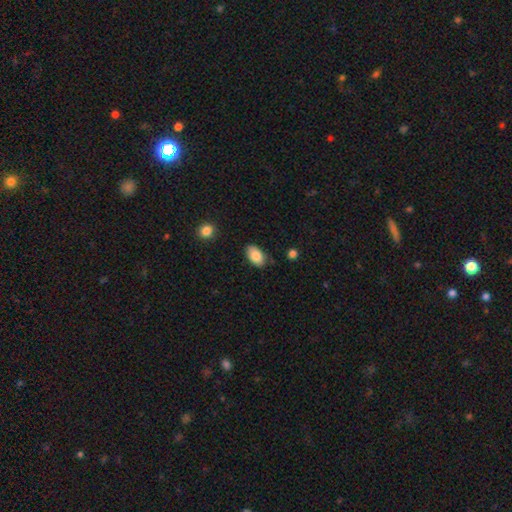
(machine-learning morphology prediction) smooth 85%, featured or disk 7%, star or artifact 7%. Down the decision tree: how rounded — in between (92%); merging — none (79%).